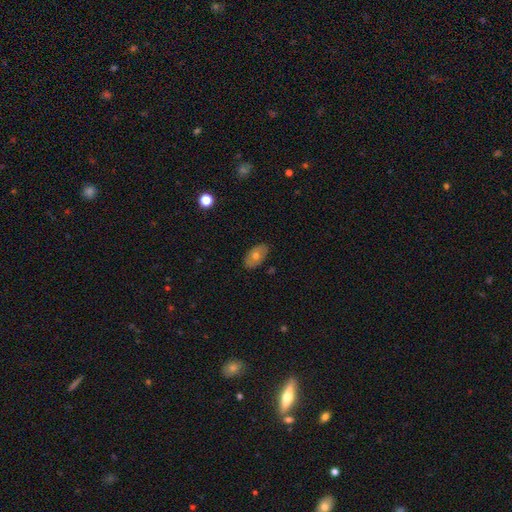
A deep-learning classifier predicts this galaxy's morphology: The model was most divided on "smooth or featured": smooth: 59%, featured or disk: 33%, star or artifact: 8%. More confident: how rounded — in between (91%); merging — none (85%).